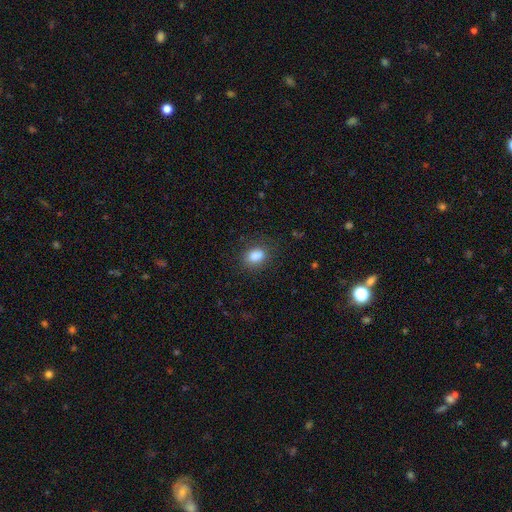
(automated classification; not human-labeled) Q: Smooth or featured?
A: smooth (85%); runner-up: star or artifact (10%)
Q: How rounded?
A: in between (74%); runner-up: round (24%)
Q: Merging?
A: none (78%); runner-up: minor disturbance (15%)